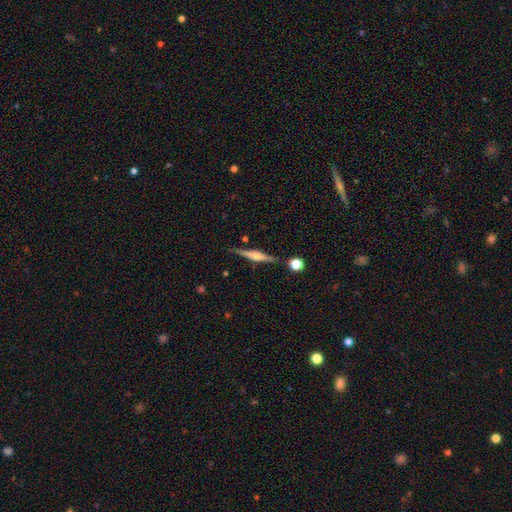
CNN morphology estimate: Smooth or featured?
  - featured or disk: 69% *
  - smooth: 24%
  - star or artifact: 7%
Edge-on disk?
  - yes: 97% *
  - no: 3%
Edge-on bulge?
  - rounded: 81% *
  - boxy: 13%
  - none: 6%
Merging?
  - none: 85% *
  - minor disturbance: 9%
  - merger: 3%
  - major disturbance: 2%